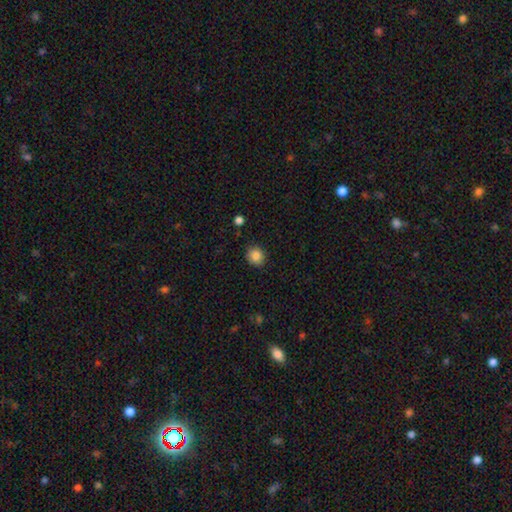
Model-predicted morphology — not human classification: type=smooth (86%); roundness=round (84%); merging=none (89%).